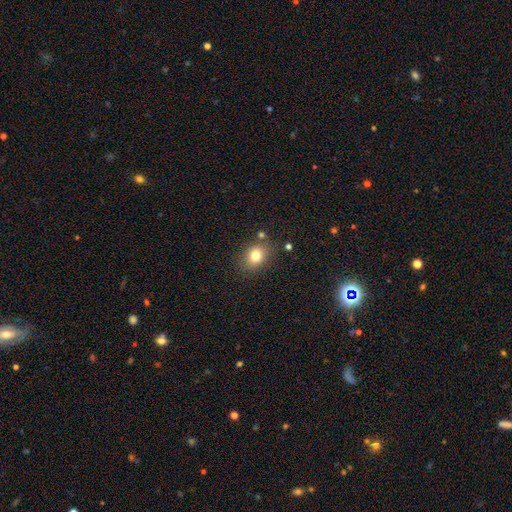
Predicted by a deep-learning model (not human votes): Smooth or featured? smooth (78%)
How rounded? in between (53%)
Merging? none (78%)